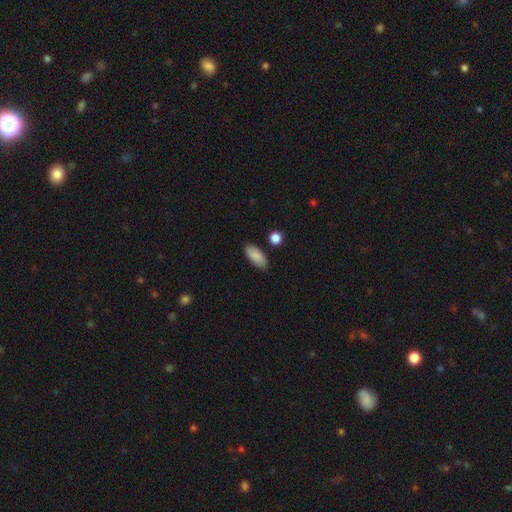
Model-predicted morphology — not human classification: A smooth galaxy with no disk features (87%) that is in between round and cigar-shaped (88%).

Vote fractions:
- Smooth or featured? smooth: 87% / star or artifact: 6% / featured or disk: 6%
- How rounded? in between: 88% / cigar-shaped: 10% / round: 2%
- Merging? none: 84% / minor disturbance: 11% / merger: 3% / major disturbance: 2%